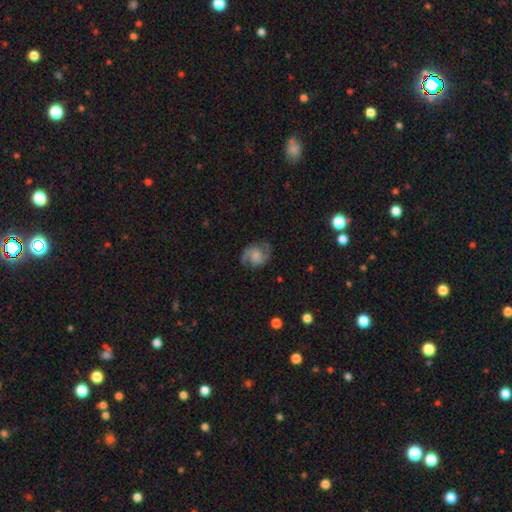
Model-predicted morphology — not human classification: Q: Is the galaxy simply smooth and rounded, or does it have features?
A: featured or disk — 73%.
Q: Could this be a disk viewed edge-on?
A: no — 98%.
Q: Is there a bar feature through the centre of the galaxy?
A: no — 58%.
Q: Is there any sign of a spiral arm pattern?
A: yes — 93%.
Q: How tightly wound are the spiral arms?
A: medium — 53%.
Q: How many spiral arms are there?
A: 2 — 88%.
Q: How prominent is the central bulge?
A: none — 30%.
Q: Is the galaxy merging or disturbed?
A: none — 75%.